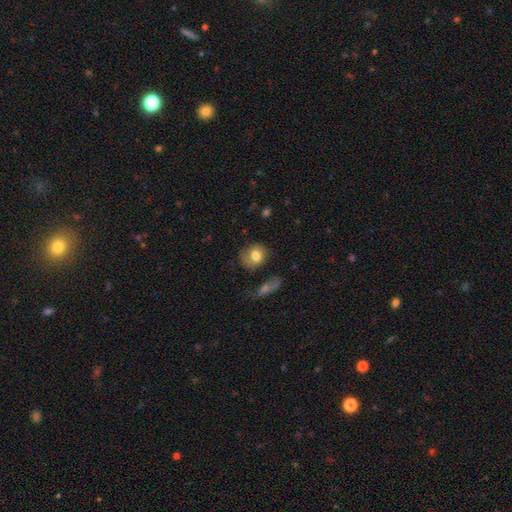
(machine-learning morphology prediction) Q: Smooth or featured?
A: smooth (77%); runner-up: featured or disk (15%)
Q: How rounded?
A: round (72%); runner-up: in between (27%)
Q: Merging?
A: none (66%); runner-up: minor disturbance (21%)